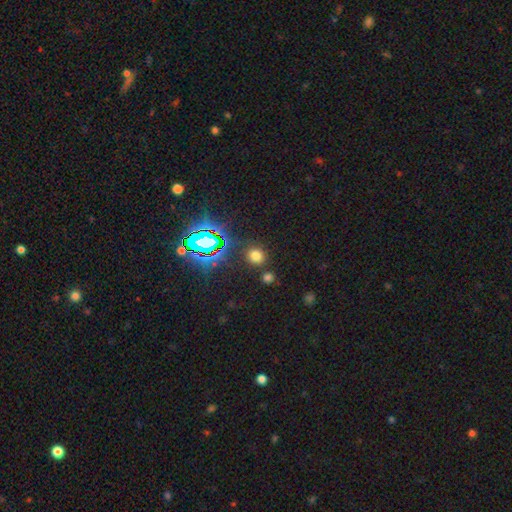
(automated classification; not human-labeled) Q: Smooth or featured?
A: smooth (66%); runner-up: star or artifact (28%)
Q: How rounded?
A: round (82%); runner-up: in between (17%)
Q: Merging?
A: none (84%); runner-up: minor disturbance (7%)